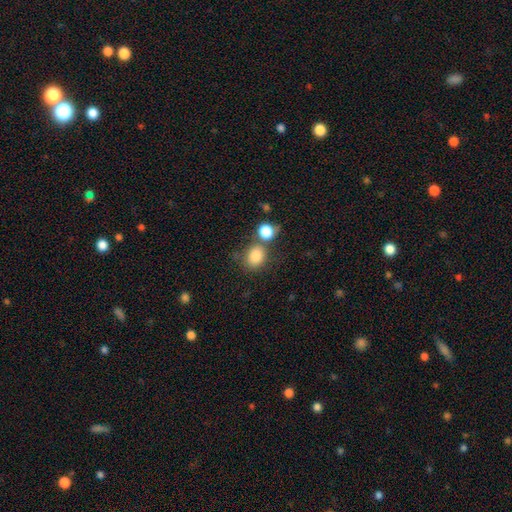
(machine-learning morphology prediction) smooth_or_featured: smooth (p=0.82) [alt: star or artifact p=0.11]
how_rounded: round (p=0.60) [alt: in between p=0.39]
merging: none (p=0.54) [alt: merger p=0.27]